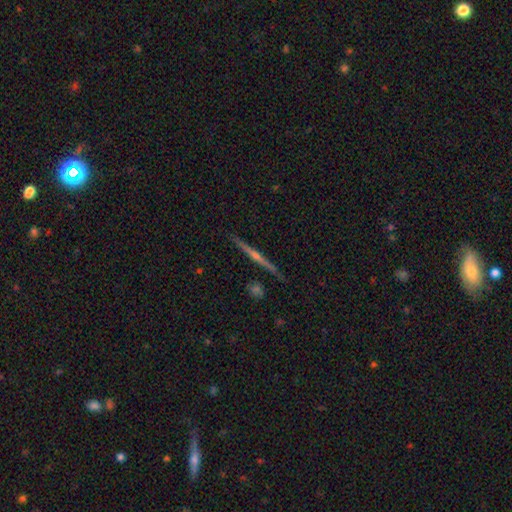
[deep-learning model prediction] Smooth or featured? featured or disk (78%)
Edge-on disk? yes (98%)
Edge-on bulge? rounded (75%)
Merging? none (90%)